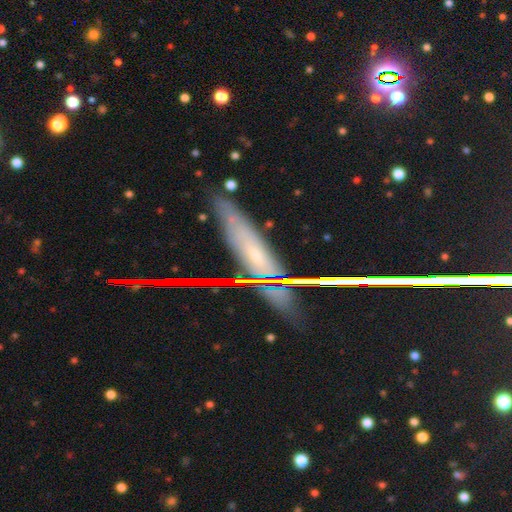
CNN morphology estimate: A featured or disk galaxy (48%).

Vote fractions:
- Smooth or featured? featured or disk: 48% / smooth: 27% / star or artifact: 25%
- Merging? none: 76% / minor disturbance: 15% / merger: 5% / major disturbance: 4%